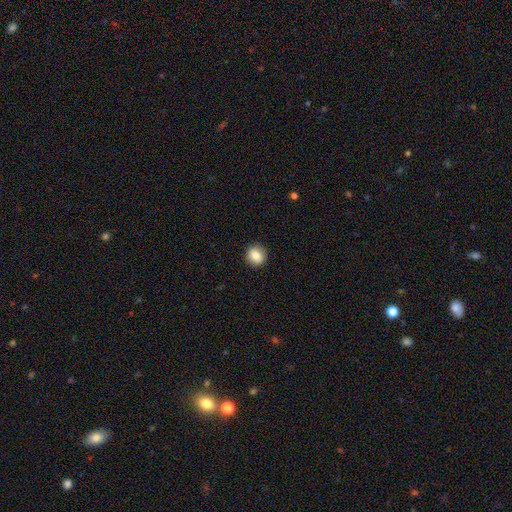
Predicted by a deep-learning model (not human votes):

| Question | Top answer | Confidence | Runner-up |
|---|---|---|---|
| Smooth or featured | smooth | 84% | star or artifact (9%) |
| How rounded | round | 84% | in between (15%) |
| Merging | none | 90% | minor disturbance (7%) |